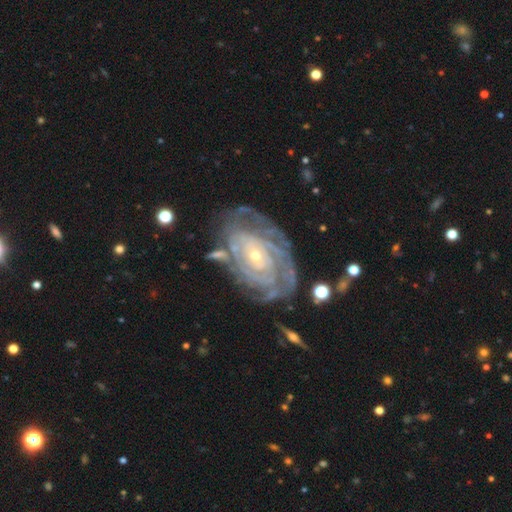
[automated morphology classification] This appears to be a featured or disk galaxy (88%) with no bar (74%), tight (81%) spiral arms (94%) and a small central bulge (72%). Merging: none (64%).